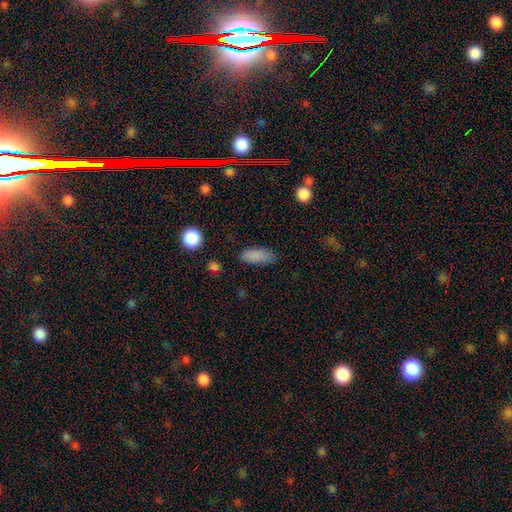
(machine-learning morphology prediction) Overall: smooth (84%). How rounded: in between (75%). Merging: none (69%).